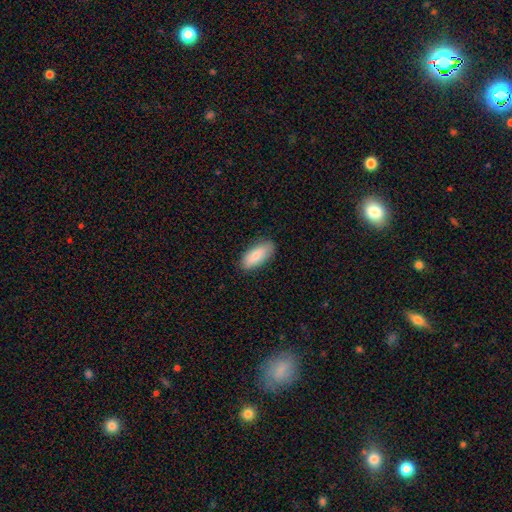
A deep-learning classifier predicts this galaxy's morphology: The model was most divided on "smooth or featured": smooth: 81%, featured or disk: 13%, star or artifact: 6%. More confident: how rounded — in between (85%); merging — none (84%).